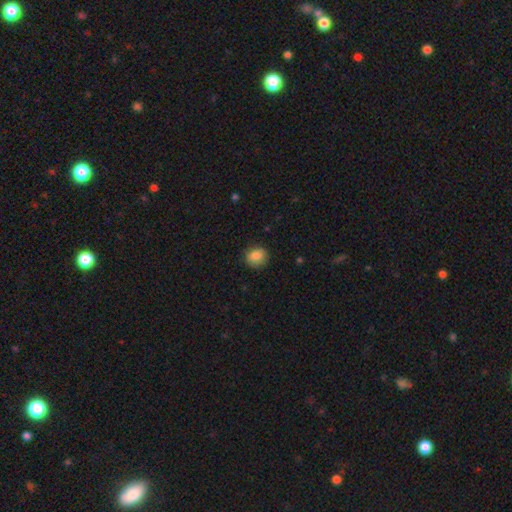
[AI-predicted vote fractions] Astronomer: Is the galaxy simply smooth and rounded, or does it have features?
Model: smooth — 85%.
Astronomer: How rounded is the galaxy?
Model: round — 78%.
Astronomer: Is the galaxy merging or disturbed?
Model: none — 83%.